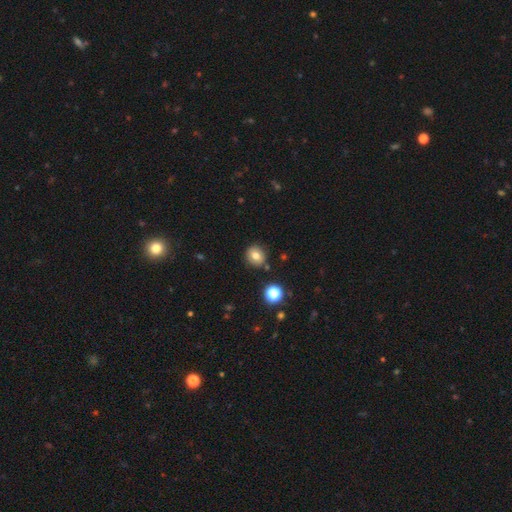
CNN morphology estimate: smooth_or_featured: smooth (p=0.75) [alt: star or artifact p=0.13]
how_rounded: round (p=0.78) [alt: in between p=0.21]
merging: none (p=0.85) [alt: minor disturbance p=0.09]